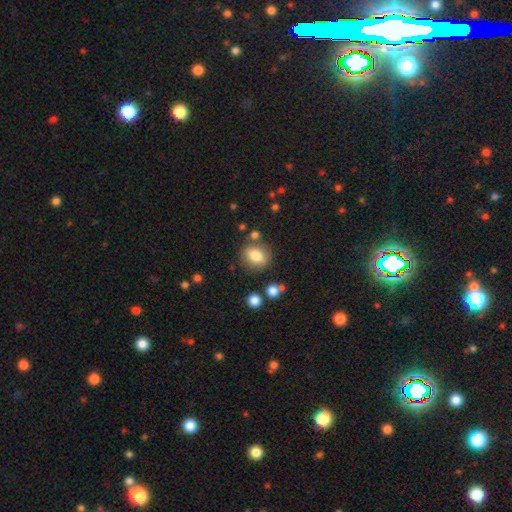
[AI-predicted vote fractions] This is likely a smooth galaxy (79%). How rounded: possibly round (54%). Merging: likely none (78%).